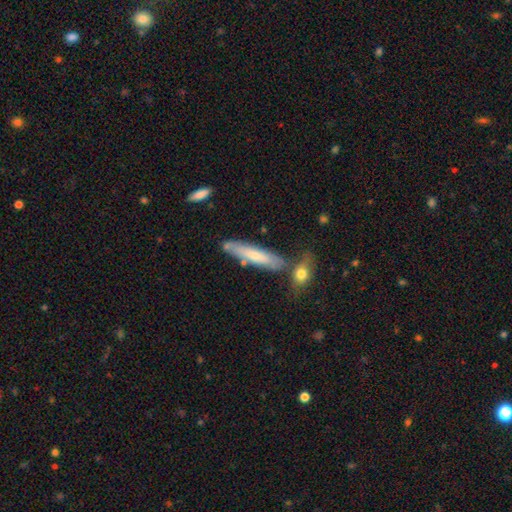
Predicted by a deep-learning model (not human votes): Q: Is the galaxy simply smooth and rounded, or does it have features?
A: smooth — 61%.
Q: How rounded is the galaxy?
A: cigar-shaped — 85%.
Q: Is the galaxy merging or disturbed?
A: none — 68%.